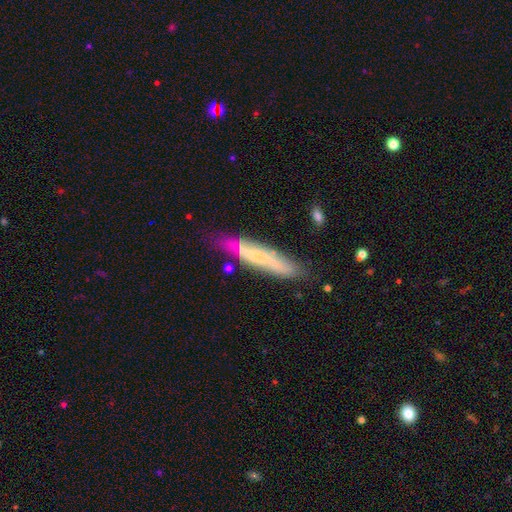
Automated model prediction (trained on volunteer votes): Smooth or featured?
  - featured or disk: 52% *
  - smooth: 40%
  - star or artifact: 8%
Edge-on disk?
  - yes: 70% *
  - no: 30%
Merging?
  - none: 66% *
  - minor disturbance: 23%
  - major disturbance: 7%
  - merger: 4%